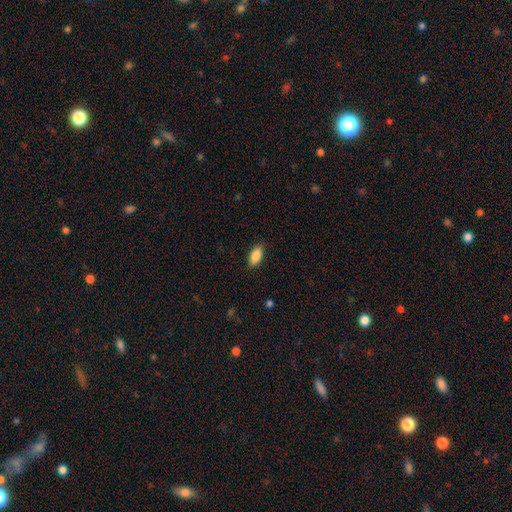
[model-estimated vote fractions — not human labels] This appears to be a smooth galaxy with no disk features (88%) that is in between round and cigar-shaped (91%). Merging: none (87%).